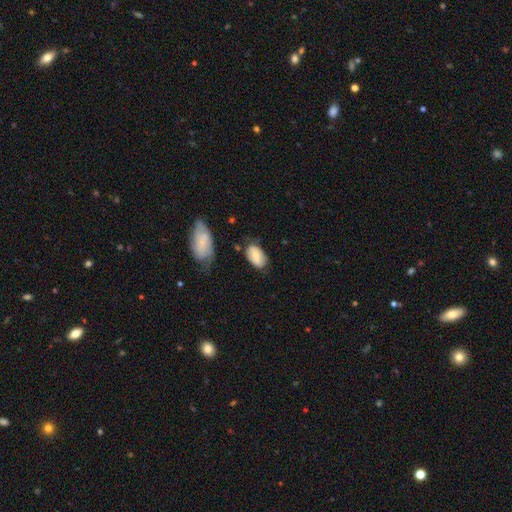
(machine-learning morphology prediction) A smooth galaxy with no disk features (68%) that is in between round and cigar-shaped (92%). Merging: none (62%).